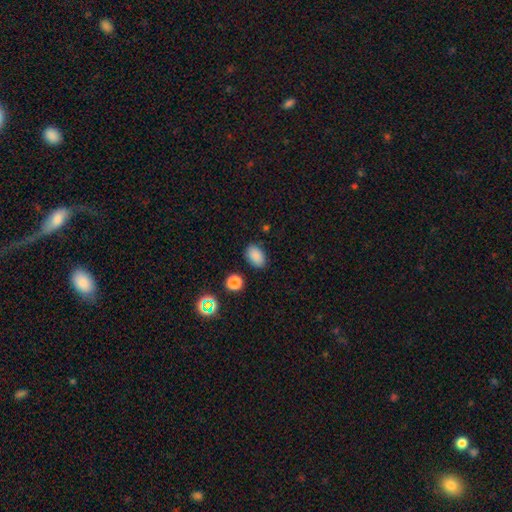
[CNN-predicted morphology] Q: Smooth or featured?
A: smooth (85%); runner-up: star or artifact (11%)
Q: How rounded?
A: in between (88%); runner-up: round (11%)
Q: Merging?
A: none (84%); runner-up: minor disturbance (11%)